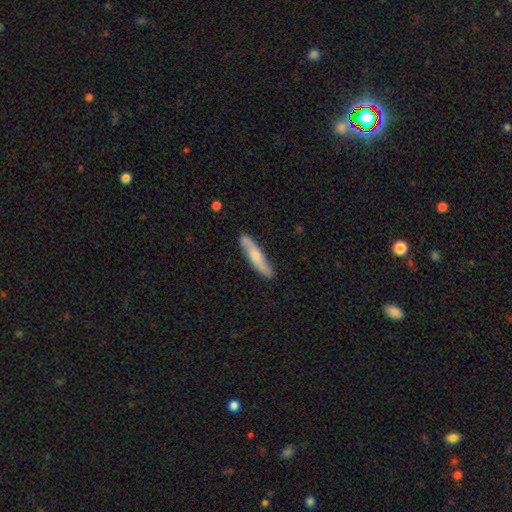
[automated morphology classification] Overall: smooth (53%; featured or disk 42%). How rounded: cigar-shaped (88%). Merging: none (84%).